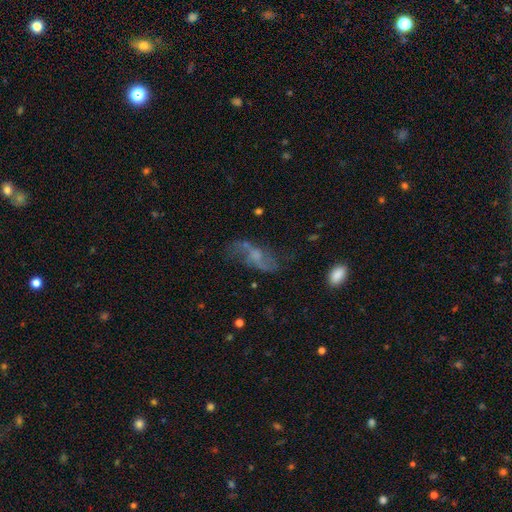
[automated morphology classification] smooth-or-featured: featured or disk: 63% | smooth: 25% | star or artifact: 12%
  disk-edge-on: no: 91% | yes: 9%
    bar: no: 56% | weak: 35% | strong: 9%
    has-spiral-arms: yes: 77% | no: 23%
    bulge-size: small: 38% | none: 33% | moderate: 23% | large: 4% | dominant: 1%
  merging: none: 52% | minor disturbance: 21% | major disturbance: 21% | merger: 6%